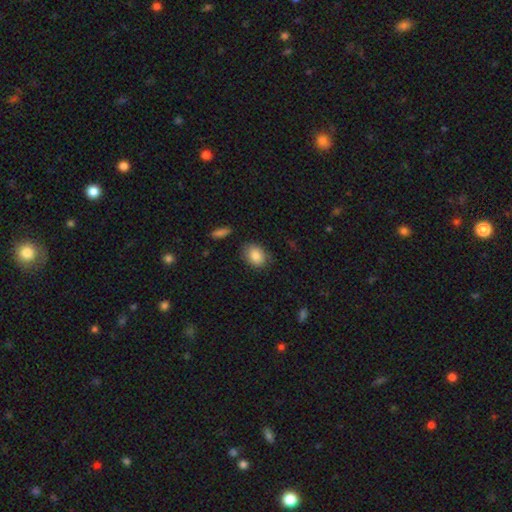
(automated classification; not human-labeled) Smooth or featured?
  - smooth: 85% *
  - featured or disk: 8%
  - star or artifact: 7%
How rounded?
  - in between: 73% *
  - round: 26%
  - cigar-shaped: 1%
Merging?
  - none: 78% *
  - minor disturbance: 17%
  - major disturbance: 4%
  - merger: 2%